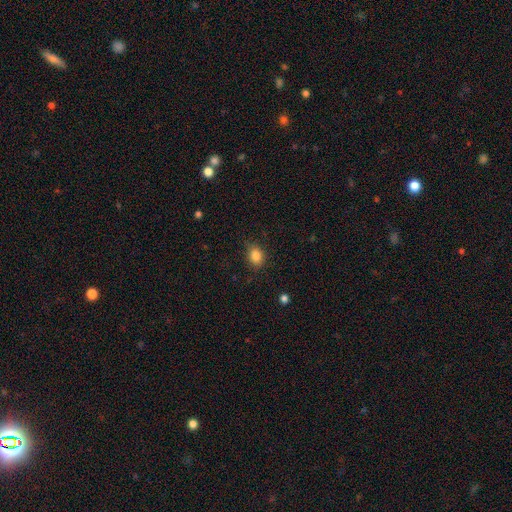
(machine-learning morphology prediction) The model was most divided on "how rounded": in between: 61%, round: 38%, cigar-shaped: 1%. More confident: smooth or featured — smooth (84%); merging — none (81%).